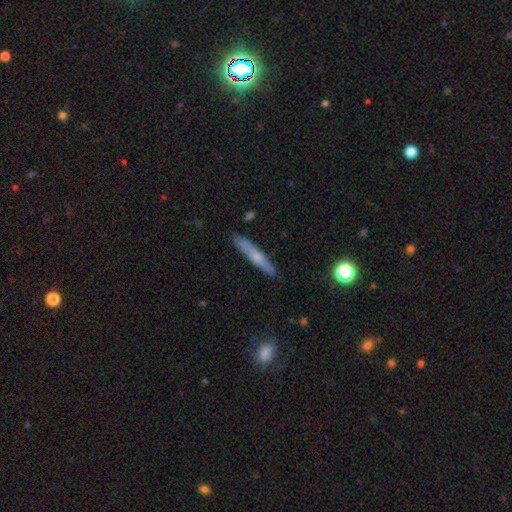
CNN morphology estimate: Q: Smooth or featured?
A: smooth (48%); runner-up: featured or disk (45%)
Q: Merging?
A: none (87%); runner-up: minor disturbance (10%)